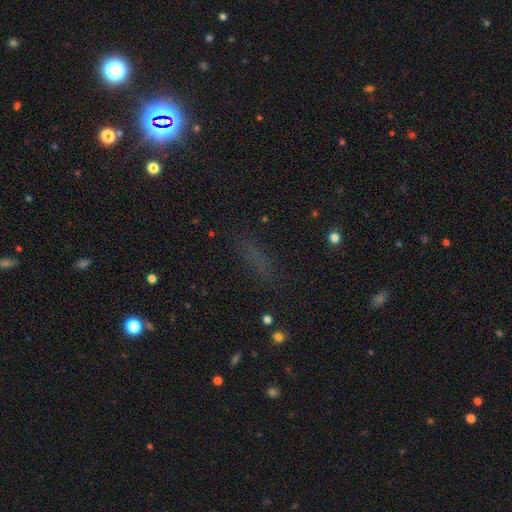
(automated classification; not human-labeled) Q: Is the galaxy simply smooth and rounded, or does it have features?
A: star or artifact — 48%.